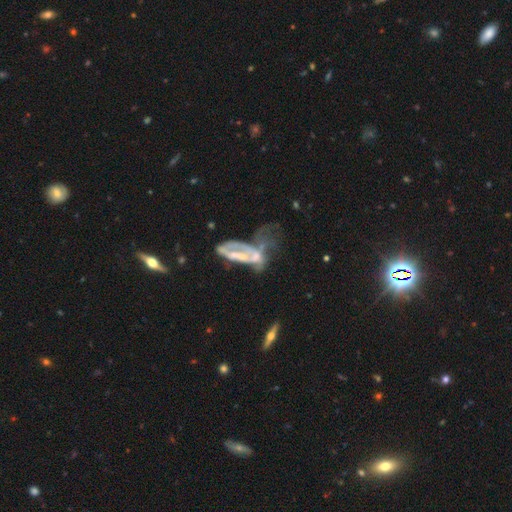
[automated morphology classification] featured or disk 65%, smooth 26%, star or artifact 9%. Down the decision tree: edge-on disk — no (89%); bar — no (61%); spiral arms — no (62%); bulge size — none (33%); merging — major disturbance (38%, tied with merger).